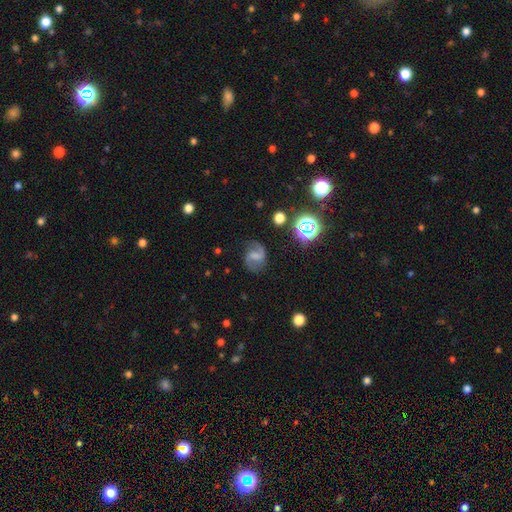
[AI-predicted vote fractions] Morphology: type=featured or disk (74%); edge-on=no (98%); bar=weak (50%); spiral arms=yes (94%); winding=medium (49%); arm count=2 (90%); bulge=none (40%); merging=none (76%).